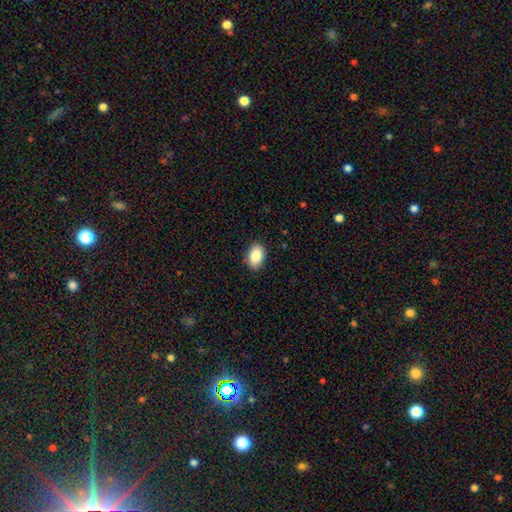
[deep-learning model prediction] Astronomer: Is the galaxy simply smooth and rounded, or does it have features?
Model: smooth — 86%.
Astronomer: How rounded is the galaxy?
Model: in between — 87%.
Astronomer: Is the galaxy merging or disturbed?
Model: none — 88%.